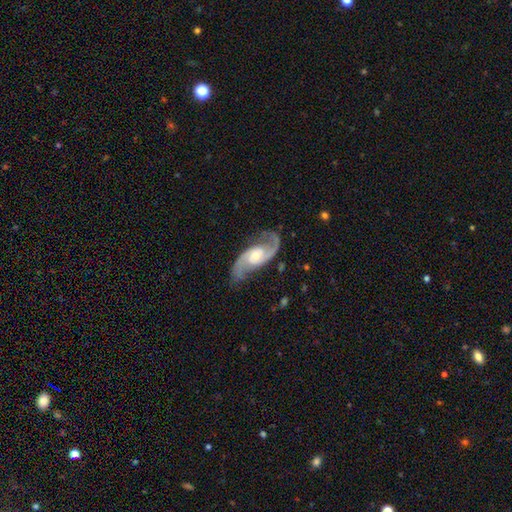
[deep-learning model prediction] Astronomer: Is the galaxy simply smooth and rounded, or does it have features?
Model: featured or disk — 91%.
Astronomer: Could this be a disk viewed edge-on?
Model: no — 96%.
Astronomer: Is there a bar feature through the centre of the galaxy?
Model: no — 58% (runner-up: weak, 33%).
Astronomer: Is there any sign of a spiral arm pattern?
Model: yes — 98%.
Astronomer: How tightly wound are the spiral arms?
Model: medium — 51% (runner-up: loose, 36%).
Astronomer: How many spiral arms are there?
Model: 2 — 93%.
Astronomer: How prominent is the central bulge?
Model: moderate — 47% (runner-up: small, 45%).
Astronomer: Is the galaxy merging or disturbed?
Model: none — 79%.